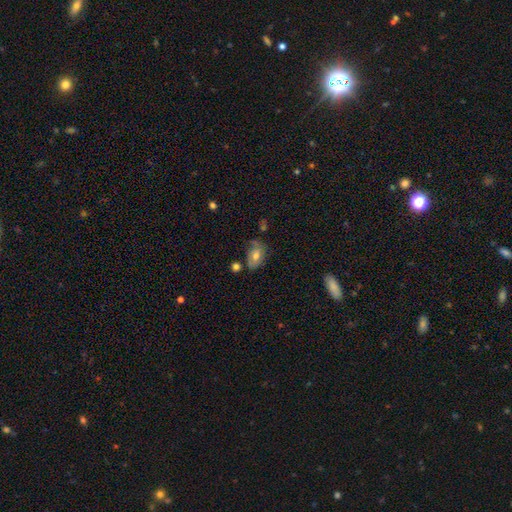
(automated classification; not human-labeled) Smooth or featured: smooth — 58% (featured or disk — 33%)
How rounded: in between — 84% (round — 14%)
Merging: none — 52% (minor disturbance — 29%)